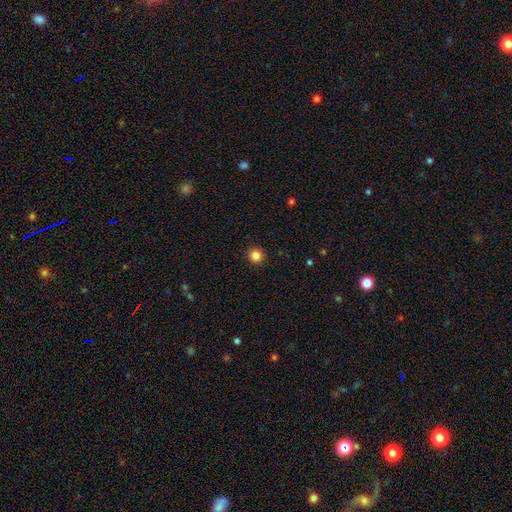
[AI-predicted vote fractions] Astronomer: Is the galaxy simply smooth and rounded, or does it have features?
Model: smooth — 85%.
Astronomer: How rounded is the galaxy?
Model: round — 96%.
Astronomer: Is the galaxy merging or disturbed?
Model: none — 93%.